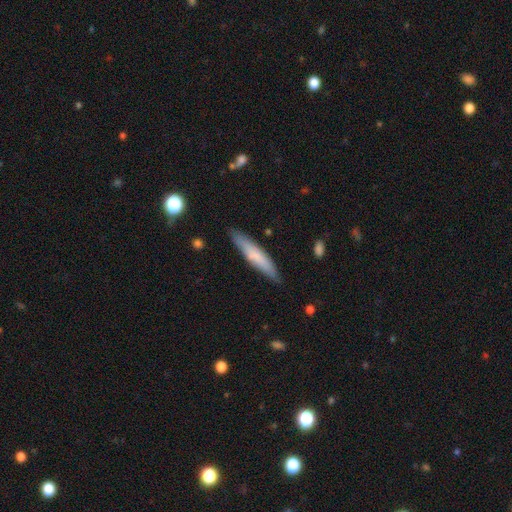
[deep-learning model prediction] Q: Smooth or featured?
A: smooth (67%); runner-up: featured or disk (27%)
Q: How rounded?
A: cigar-shaped (89%); runner-up: in between (10%)
Q: Merging?
A: none (85%); runner-up: minor disturbance (12%)